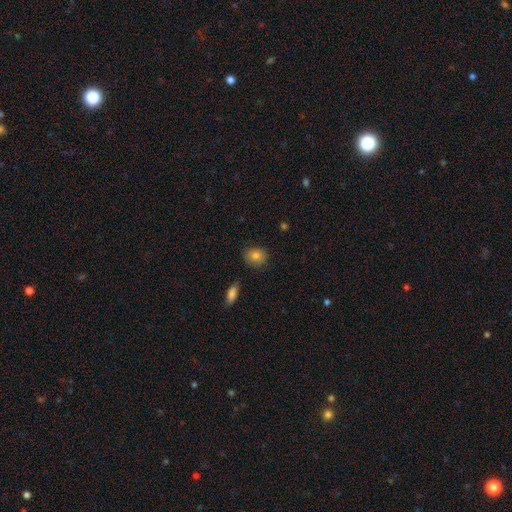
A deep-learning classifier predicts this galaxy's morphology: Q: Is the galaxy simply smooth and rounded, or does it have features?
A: smooth — 83%.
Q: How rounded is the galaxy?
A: round — 57%.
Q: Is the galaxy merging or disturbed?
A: none — 83%.